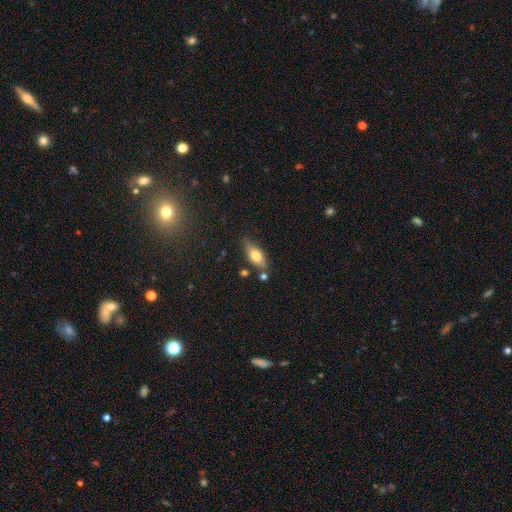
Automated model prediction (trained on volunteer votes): Smooth or featured?
  - smooth: 63% *
  - featured or disk: 29%
  - star or artifact: 8%
How rounded?
  - in between: 76% *
  - cigar-shaped: 20%
  - round: 4%
Merging?
  - none: 70% *
  - minor disturbance: 18%
  - merger: 7%
  - major disturbance: 4%